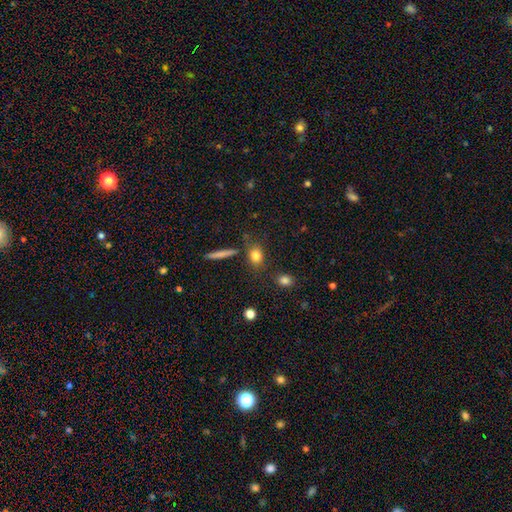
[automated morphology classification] A smooth galaxy with no disk features (82%) that is in between round and cigar-shaped (55%).

Vote fractions:
- Smooth or featured? smooth: 82% / star or artifact: 10% / featured or disk: 8%
- How rounded? in between: 55% / round: 39% / cigar-shaped: 6%
- Merging? none: 77% / minor disturbance: 12% / merger: 7% / major disturbance: 4%